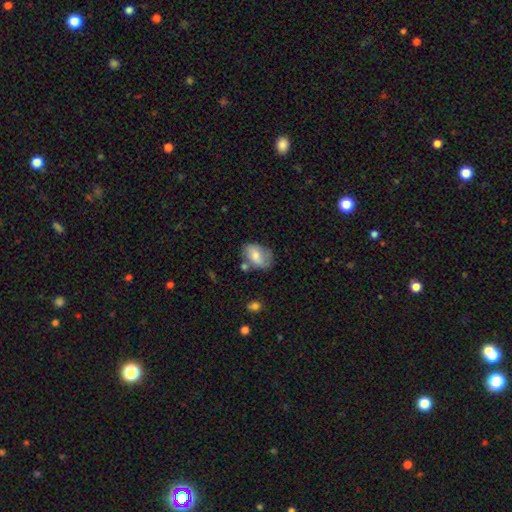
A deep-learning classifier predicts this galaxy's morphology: The model was most divided on "merging": none: 53%, minor disturbance: 28%, merger: 10%, major disturbance: 9%. More confident: how rounded — in between (83%); smooth or featured — smooth (68%).